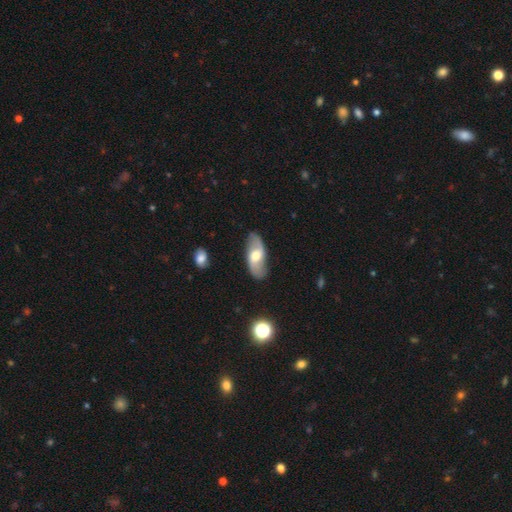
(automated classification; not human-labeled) Smooth or featured?
  - featured or disk: 55% *
  - smooth: 39%
  - star or artifact: 6%
Edge-on disk?
  - no: 85% *
  - yes: 15%
Merging?
  - none: 81% *
  - minor disturbance: 14%
  - major disturbance: 3%
  - merger: 2%